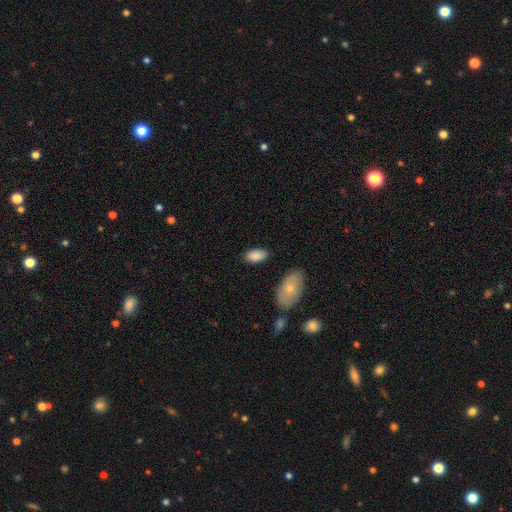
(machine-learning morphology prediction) The model was most divided on "merging": none: 82%, minor disturbance: 13%, major disturbance: 3%, merger: 3%. More confident: how rounded — in between (95%); smooth or featured — smooth (87%).